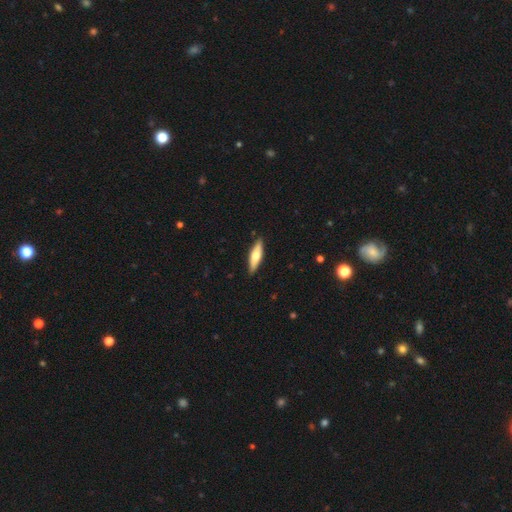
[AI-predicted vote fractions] This appears to be a smooth galaxy with no disk features (52%) that is cigar-shaped (59%). Merging: none (89%).